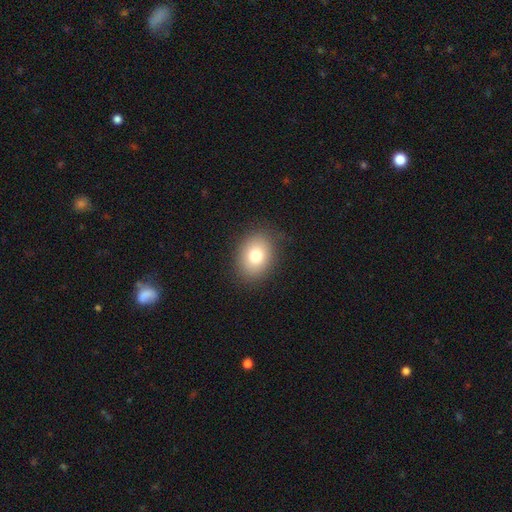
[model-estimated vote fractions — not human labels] smooth 78%, featured or disk 12%, star or artifact 10%. Down the decision tree: how rounded — in between (64%); merging — none (85%).